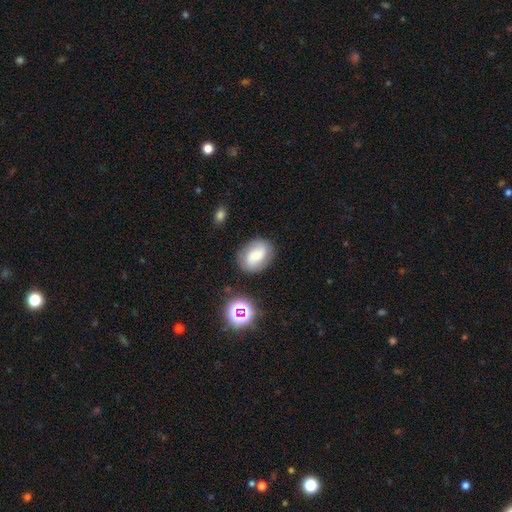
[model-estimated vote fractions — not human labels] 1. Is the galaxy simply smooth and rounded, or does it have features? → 61% smooth, 28% featured or disk, 11% star or artifact.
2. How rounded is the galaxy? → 68% in between, 31% round, 1% cigar-shaped.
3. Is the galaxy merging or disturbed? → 80% none, 13% minor disturbance, 4% major disturbance, 3% merger.